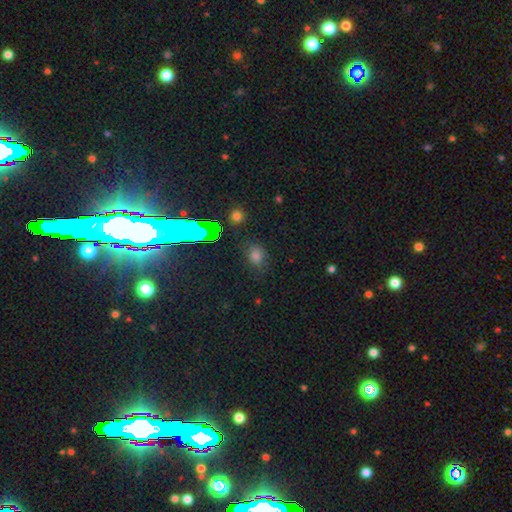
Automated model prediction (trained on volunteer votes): Overall: smooth (65%; star or artifact 27%). How rounded: round (57%; in between 41%). Merging: none (83%).